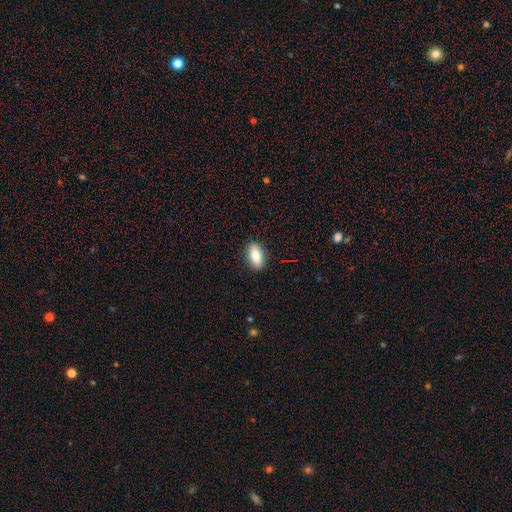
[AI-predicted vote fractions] smooth 82%, featured or disk 11%, star or artifact 7%. Down the decision tree: how rounded — in between (86%); merging — none (88%).